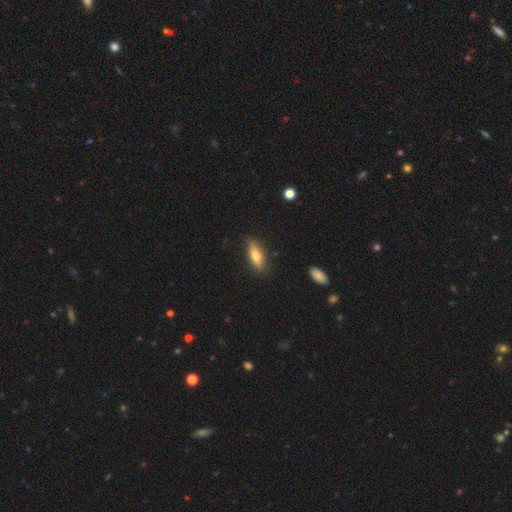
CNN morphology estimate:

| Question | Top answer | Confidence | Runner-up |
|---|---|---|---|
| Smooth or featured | smooth | 69% | featured or disk (25%) |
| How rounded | in between | 55% | cigar-shaped (43%) |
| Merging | none | 84% | minor disturbance (12%) |